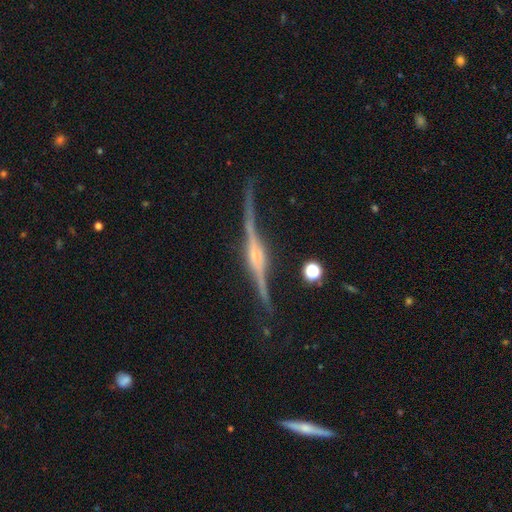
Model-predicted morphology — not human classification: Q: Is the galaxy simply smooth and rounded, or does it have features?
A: featured or disk — 90%.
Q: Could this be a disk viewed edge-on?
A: yes — 98%.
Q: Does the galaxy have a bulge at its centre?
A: rounded — 72%.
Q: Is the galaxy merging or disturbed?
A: none — 83%.